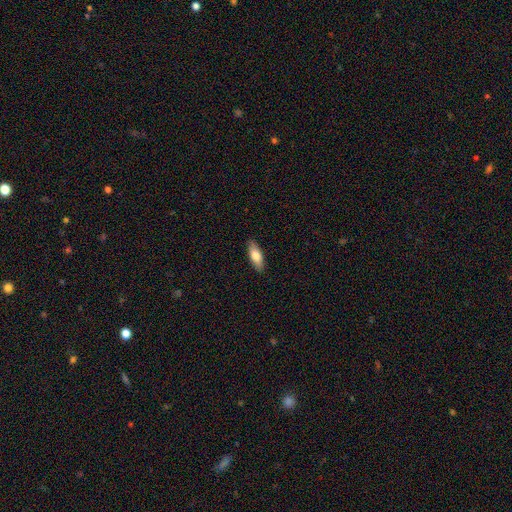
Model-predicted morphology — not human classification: This is likely a smooth galaxy (76%). How rounded: likely in between (68%). Merging: clearly none (89%).